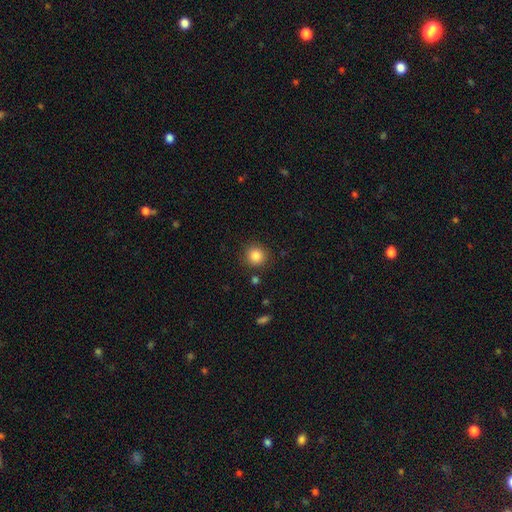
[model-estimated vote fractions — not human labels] This appears to be a smooth galaxy with no disk features (85%) that is round (92%). Merging: none (87%).